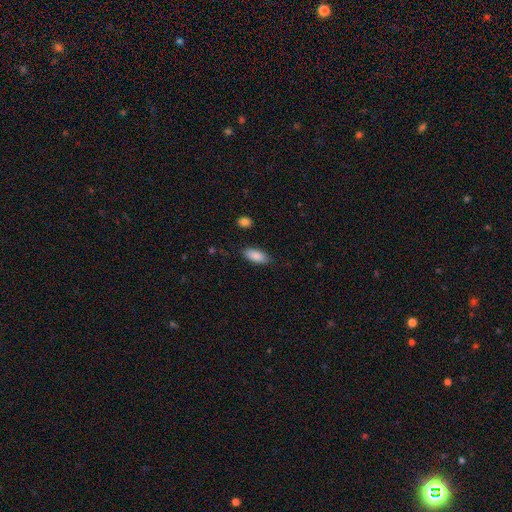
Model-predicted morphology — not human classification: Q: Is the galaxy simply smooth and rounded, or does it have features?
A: smooth — 87%.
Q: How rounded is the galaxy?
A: in between — 86%.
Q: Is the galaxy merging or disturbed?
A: none — 85%.